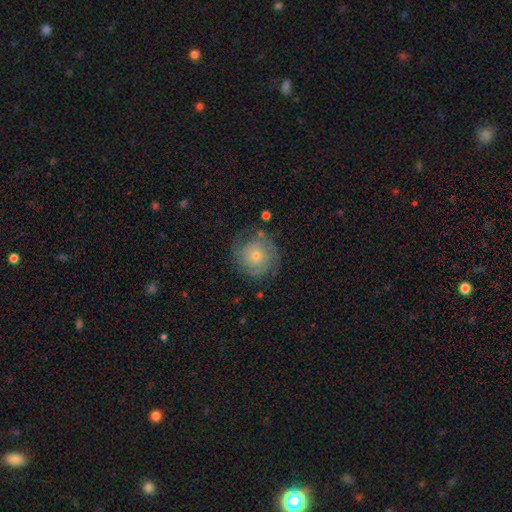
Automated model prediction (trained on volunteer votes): The model was most divided on "spiral arm count": can't tell: 38%, 2: 31%, 3: 16%, 4: 6%, 1: 5%, more than 4: 4%. More confident: edge-on disk — no (98%); spiral arms — yes (87%); bar — no (83%); merging — none (74%); spiral winding — tight (67%); smooth or featured — featured or disk (66%); bulge size — small (57%).